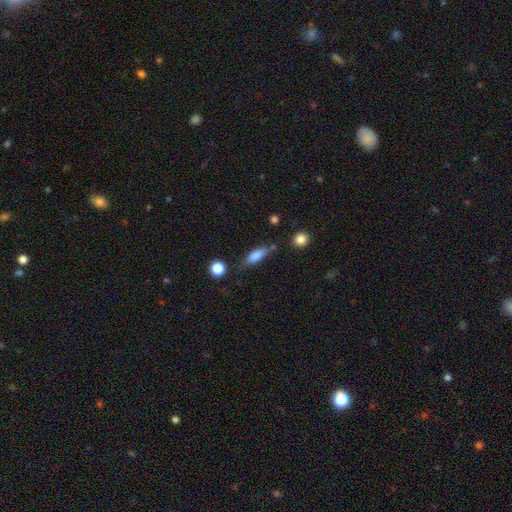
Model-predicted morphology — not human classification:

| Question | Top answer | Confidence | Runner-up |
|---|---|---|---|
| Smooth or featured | smooth | 77% | featured or disk (15%) |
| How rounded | in between | 56% | cigar-shaped (41%) |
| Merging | none | 58% | minor disturbance (27%) |